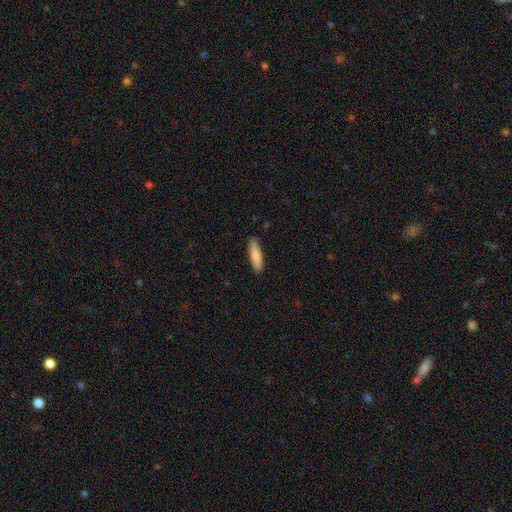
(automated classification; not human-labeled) smooth_or_featured: smooth (p=0.82) [alt: featured or disk p=0.12]
how_rounded: cigar-shaped (p=0.72) [alt: in between p=0.27]
merging: none (p=0.89) [alt: minor disturbance p=0.08]